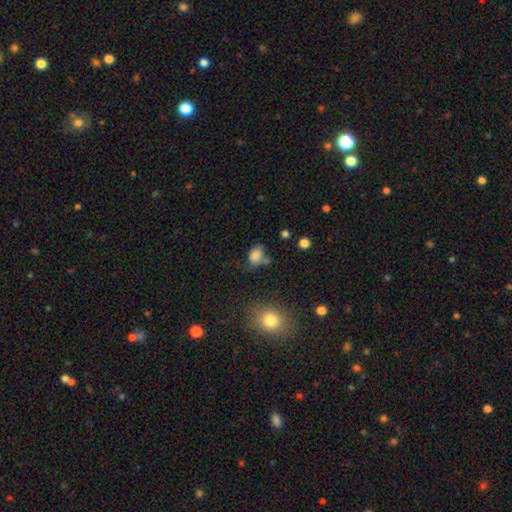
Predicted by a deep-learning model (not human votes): smooth-or-featured: smooth: 80% | star or artifact: 11% | featured or disk: 9%
  how-rounded: in between: 80% | round: 19% | cigar-shaped: 2%
  merging: none: 50% | minor disturbance: 25% | merger: 15% | major disturbance: 11%